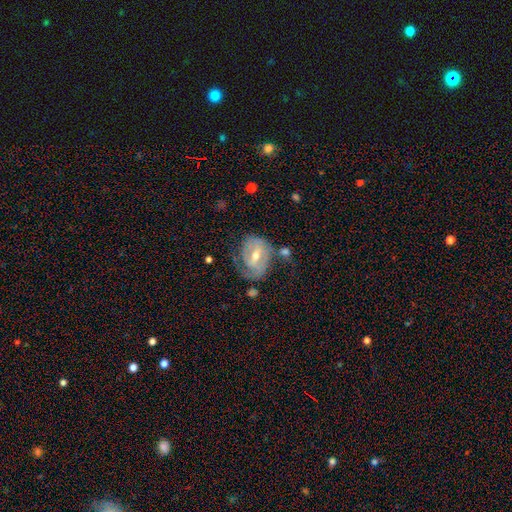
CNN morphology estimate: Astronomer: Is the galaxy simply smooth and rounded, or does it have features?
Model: featured or disk — 76%.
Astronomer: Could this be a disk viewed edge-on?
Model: no — 96%.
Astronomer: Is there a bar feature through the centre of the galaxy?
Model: weak — 49% (runner-up: strong, 27%).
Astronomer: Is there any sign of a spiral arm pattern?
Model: yes — 83%.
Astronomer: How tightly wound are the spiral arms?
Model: tight — 57%.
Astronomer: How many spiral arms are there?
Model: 2 — 45% (runner-up: can't tell, 28%).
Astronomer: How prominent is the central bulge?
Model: moderate — 61%.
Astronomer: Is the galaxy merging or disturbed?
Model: none — 52%.